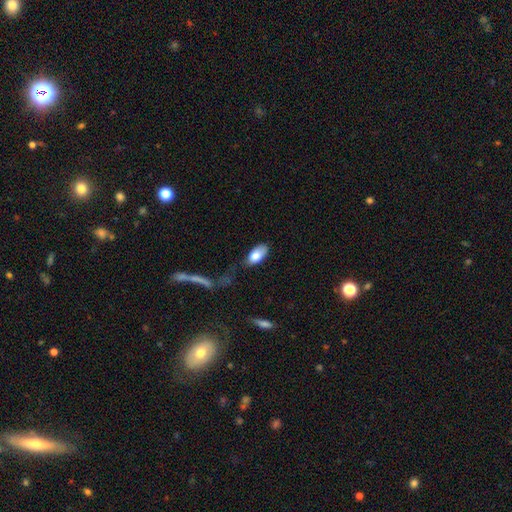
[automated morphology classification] Q: Smooth or featured?
A: smooth (79%); runner-up: featured or disk (15%)
Q: How rounded?
A: in between (93%); runner-up: round (3%)
Q: Merging?
A: none (49%); runner-up: minor disturbance (28%)